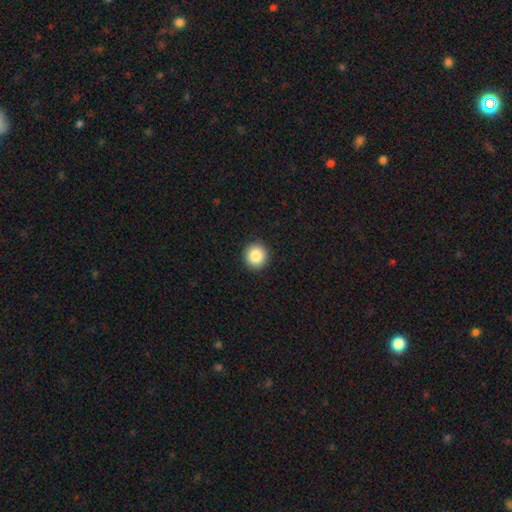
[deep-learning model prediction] Overall: smooth (86%). How rounded: round (93%). Merging: none (93%).